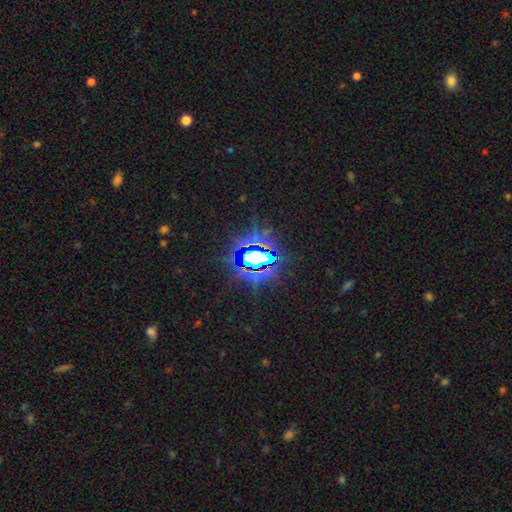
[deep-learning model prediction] Smooth or featured: star or artifact — 78% (smooth — 11%)